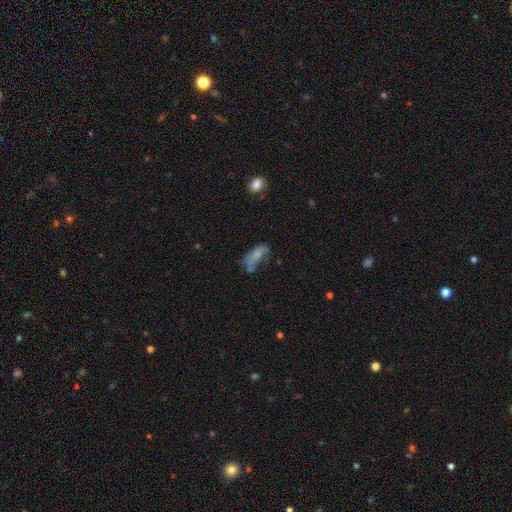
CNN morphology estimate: A smooth galaxy with no disk features (54%) that is in between round and cigar-shaped (71%).

Vote fractions:
- Smooth or featured? smooth: 54% / featured or disk: 35% / star or artifact: 12%
- How rounded? in between: 71% / cigar-shaped: 26% / round: 4%
- Merging? none: 36% / minor disturbance: 26% / major disturbance: 22% / merger: 17%